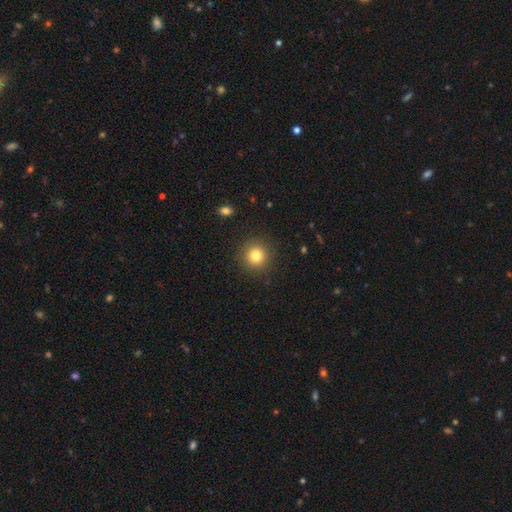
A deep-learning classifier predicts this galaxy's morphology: The model was most divided on "smooth or featured": smooth: 81%, star or artifact: 12%, featured or disk: 7%. More confident: how rounded — round (94%); merging — none (90%).